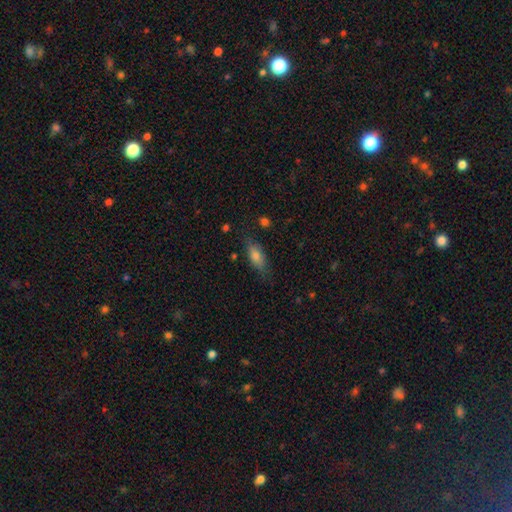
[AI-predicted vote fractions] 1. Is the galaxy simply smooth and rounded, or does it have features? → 70% smooth, 20% featured or disk, 10% star or artifact.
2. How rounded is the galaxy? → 71% in between, 25% cigar-shaped, 4% round.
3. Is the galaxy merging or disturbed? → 75% none, 19% minor disturbance, 5% major disturbance, 2% merger.